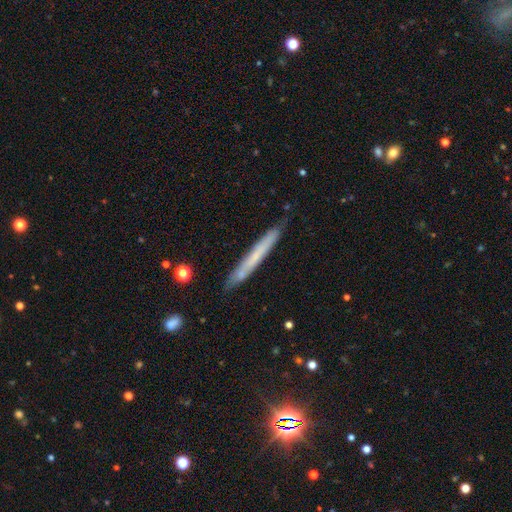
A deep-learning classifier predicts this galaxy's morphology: Smooth or featured? smooth (53%)
How rounded? cigar-shaped (97%)
Merging? none (85%)